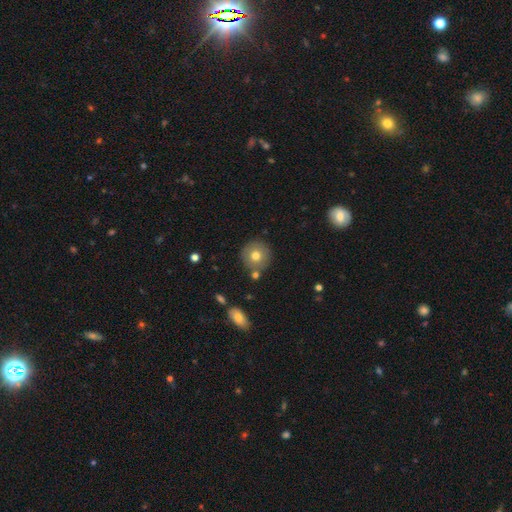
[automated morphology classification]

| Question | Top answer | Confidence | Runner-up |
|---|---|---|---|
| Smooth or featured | smooth | 73% | featured or disk (18%) |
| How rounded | round | 93% | in between (6%) |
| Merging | none | 81% | minor disturbance (9%) |